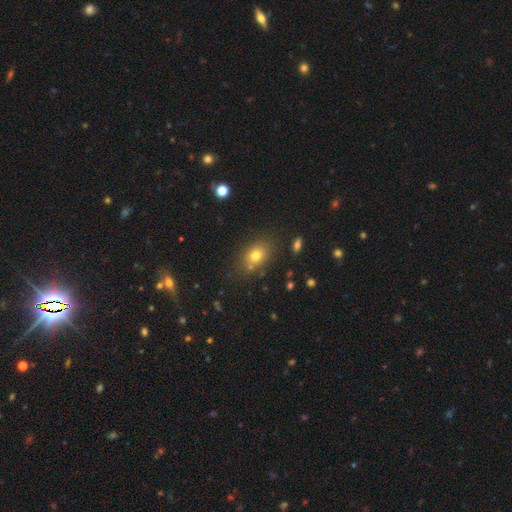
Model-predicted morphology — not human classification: smooth 74%, star or artifact 14%, featured or disk 12%. Down the decision tree: how rounded — in between (64%); merging — none (79%).